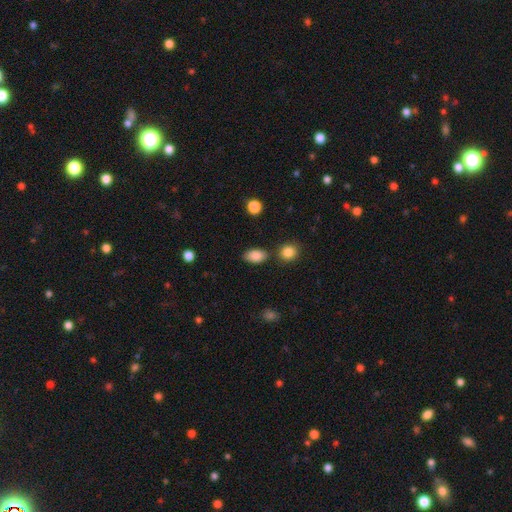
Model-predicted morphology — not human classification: smooth-or-featured: smooth: 87% | star or artifact: 8% | featured or disk: 5%
  how-rounded: in between: 90% | round: 8% | cigar-shaped: 2%
  merging: none: 78% | minor disturbance: 13% | merger: 6% | major disturbance: 3%